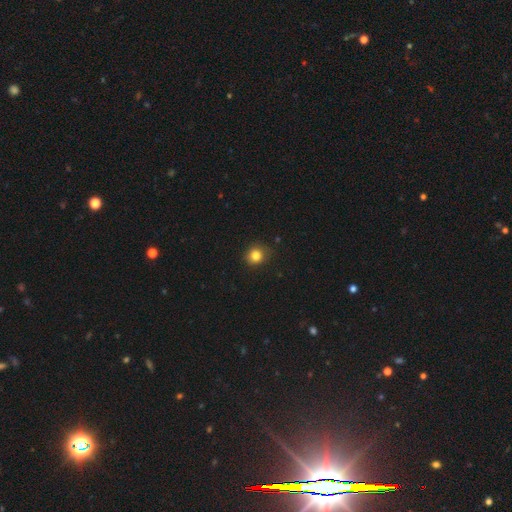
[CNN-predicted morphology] The model was most divided on "how rounded": round: 84%, in between: 15%, cigar-shaped: 1%. More confident: merging — none (83%); smooth or featured — smooth (82%).